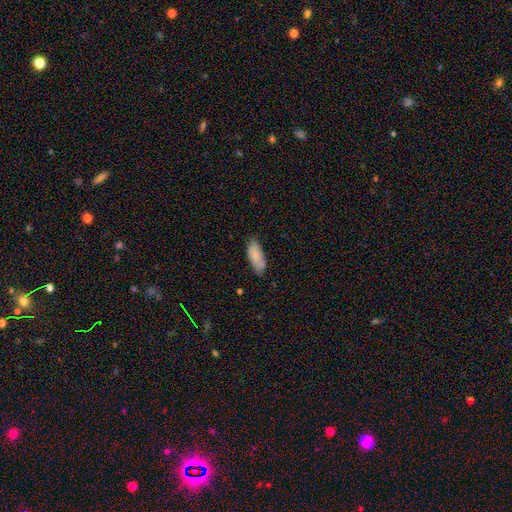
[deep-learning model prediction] smooth 80%, featured or disk 13%, star or artifact 6%. Down the decision tree: how rounded — in between (82%); merging — none (73%).